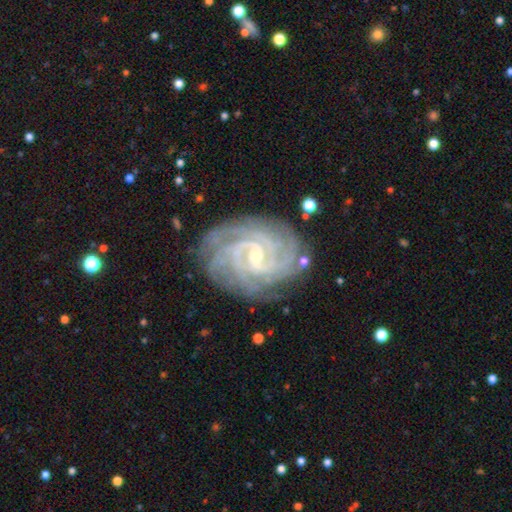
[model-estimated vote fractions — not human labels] Smooth or featured? Predicted: featured or disk (p=0.91). Edge-on disk? Predicted: no (p=0.98). Bar? Predicted: weak (p=0.52). Spiral arms? Predicted: yes (p=0.99). Spiral winding? Predicted: tight (p=0.77). Spiral arm count? Predicted: 4 (p=0.25). Bulge size? Predicted: small (p=0.70). Merging? Predicted: none (p=0.80).